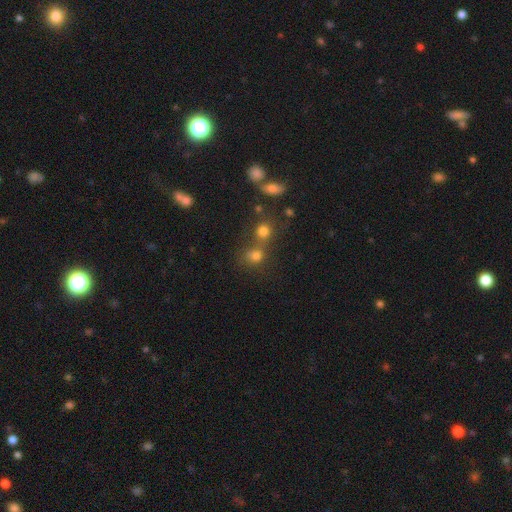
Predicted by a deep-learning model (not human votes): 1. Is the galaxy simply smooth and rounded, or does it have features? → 72% smooth, 18% star or artifact, 10% featured or disk.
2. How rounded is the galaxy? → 72% round, 27% in between, 2% cigar-shaped.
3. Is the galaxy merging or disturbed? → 44% none, 41% merger, 9% minor disturbance, 6% major disturbance.